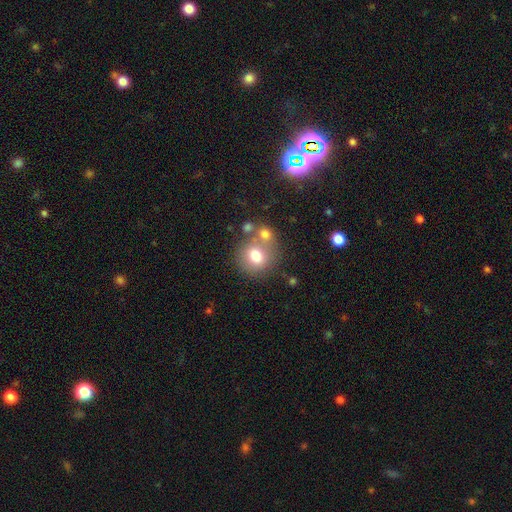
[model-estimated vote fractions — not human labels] Q: Smooth or featured?
A: smooth (73%); runner-up: featured or disk (16%)
Q: How rounded?
A: round (79%); runner-up: in between (20%)
Q: Merging?
A: none (58%); runner-up: merger (25%)